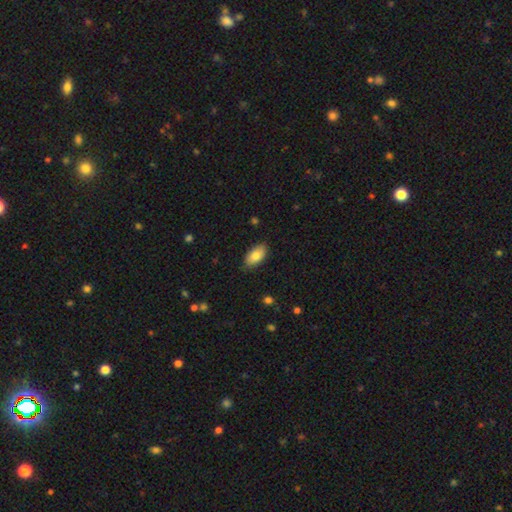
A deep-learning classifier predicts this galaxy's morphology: Smooth or featured?
  - smooth: 80% *
  - featured or disk: 13%
  - star or artifact: 7%
How rounded?
  - in between: 93% *
  - round: 4%
  - cigar-shaped: 4%
Merging?
  - none: 83% *
  - minor disturbance: 14%
  - major disturbance: 2%
  - merger: 1%